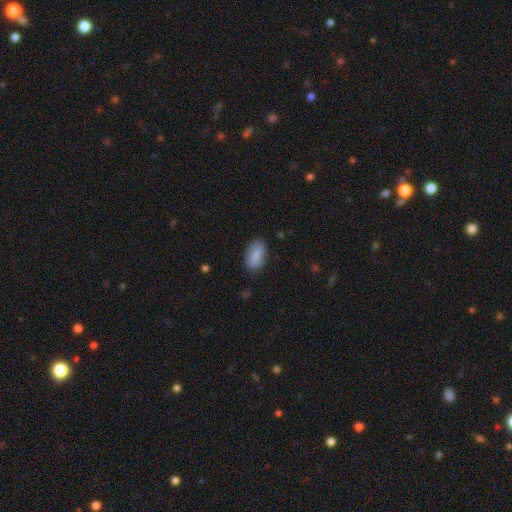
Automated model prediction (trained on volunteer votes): smooth 84%, featured or disk 10%, star or artifact 6%. Down the decision tree: how rounded — in between (92%); merging — none (79%).